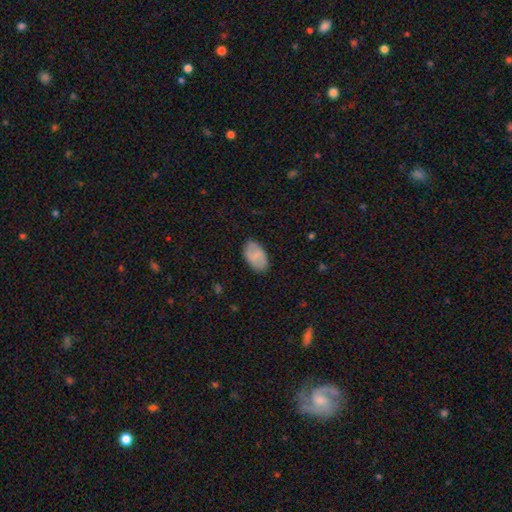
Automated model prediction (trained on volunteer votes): Smooth or featured: smooth — 68% (featured or disk — 25%)
How rounded: in between — 93% (round — 6%)
Merging: none — 84% (minor disturbance — 12%)